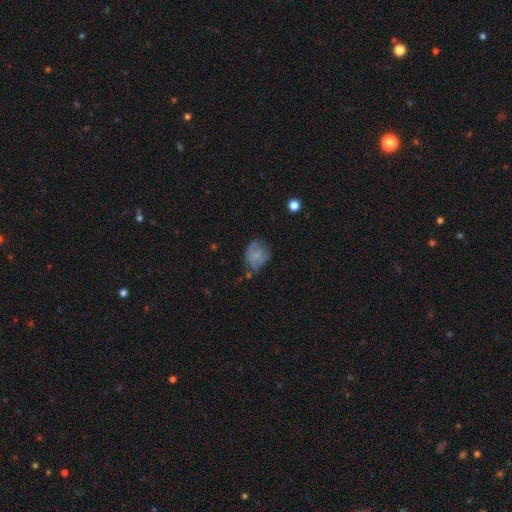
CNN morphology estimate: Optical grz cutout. It shows a smooth galaxy with no disk features (55%) that is in between round and cigar-shaped (57%). Merging: none (44%).